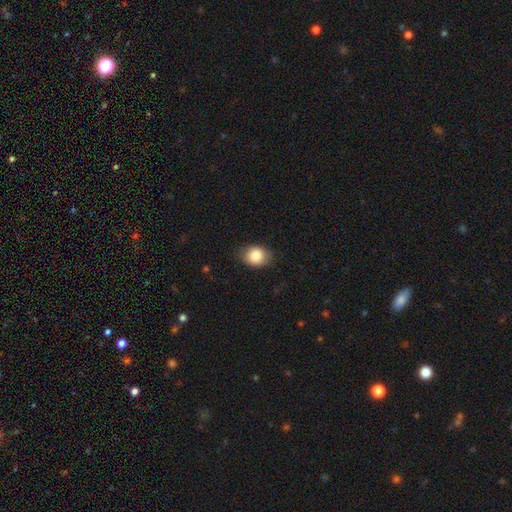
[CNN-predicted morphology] smooth_or_featured: smooth (p=0.86) [alt: star or artifact p=0.08]
how_rounded: in between (p=0.50) [alt: round p=0.49]
merging: none (p=0.77) [alt: minor disturbance p=0.18]